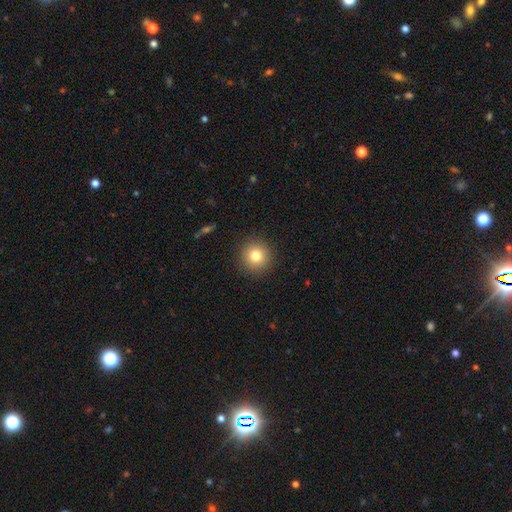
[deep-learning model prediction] This is clearly a smooth galaxy (80%). How rounded: clearly round (94%). Merging: clearly none (91%).